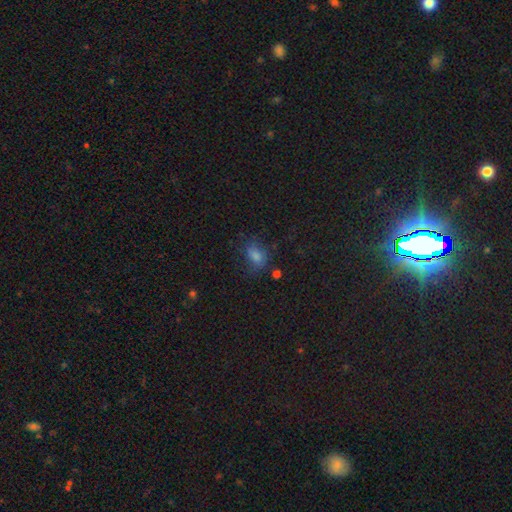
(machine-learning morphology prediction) smooth 70%, star or artifact 17%, featured or disk 12%. Down the decision tree: how rounded — in between (72%); merging — none (57%).